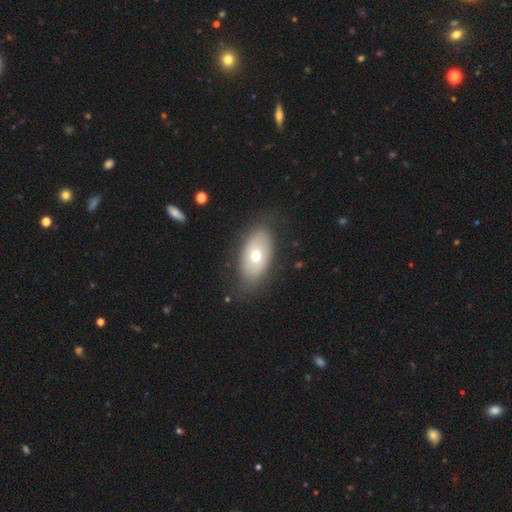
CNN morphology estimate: smooth_or_featured: smooth (p=0.61) [alt: featured or disk p=0.31]
how_rounded: in between (p=0.91) [alt: round p=0.06]
merging: none (p=0.79) [alt: minor disturbance p=0.15]